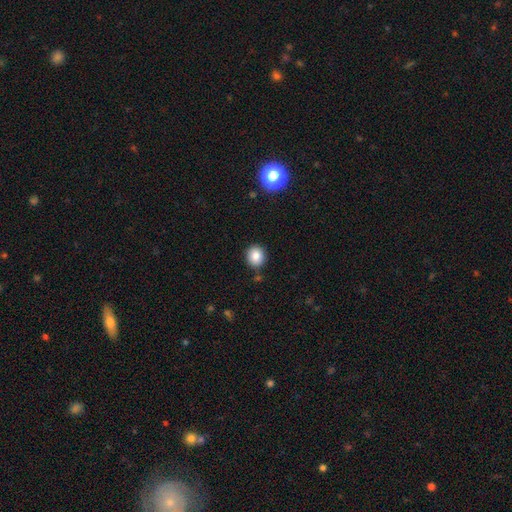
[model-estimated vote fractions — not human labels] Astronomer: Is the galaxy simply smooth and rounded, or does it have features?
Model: smooth — 85%.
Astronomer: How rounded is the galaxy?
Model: round — 79%.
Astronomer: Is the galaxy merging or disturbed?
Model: none — 87%.